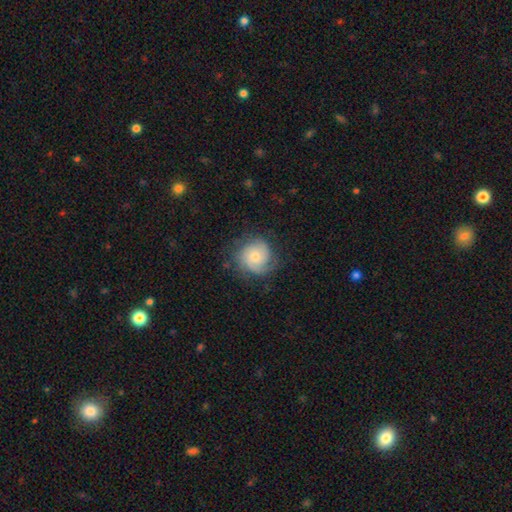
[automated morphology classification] Overall: featured or disk (61%; smooth 31%). Edge-on disk: no (98%). Bar: no (79%). Spiral arms: yes (90%). Spiral arm count: 2 (38%; can't tell 25%). Spiral winding: tight (55%; medium 32%). Bulge size: moderate (47%, tied with small). Merging: none (72%).